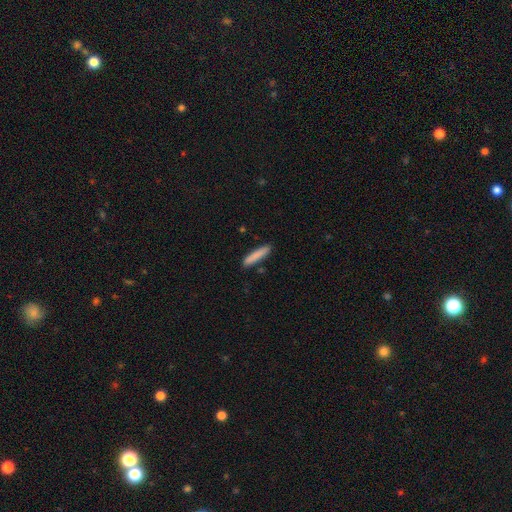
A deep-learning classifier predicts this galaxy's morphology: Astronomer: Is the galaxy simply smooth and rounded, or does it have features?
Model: smooth — 85%.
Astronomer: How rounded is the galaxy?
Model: cigar-shaped — 89%.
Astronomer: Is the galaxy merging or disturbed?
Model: none — 88%.